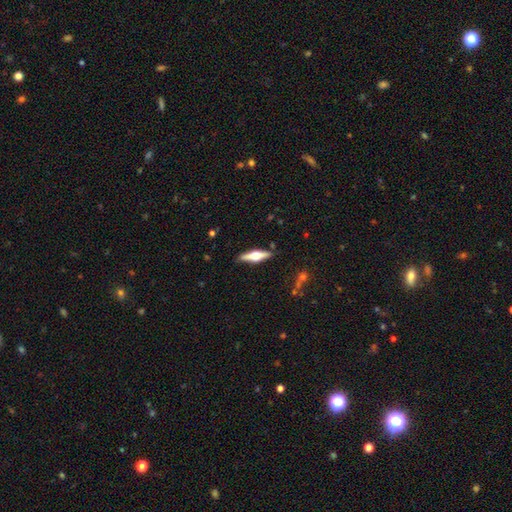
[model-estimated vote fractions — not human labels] This appears to be a featured or disk galaxy (67%) viewed edge-on (96%) with a rounded central bulge (95%). Merging: none (88%).